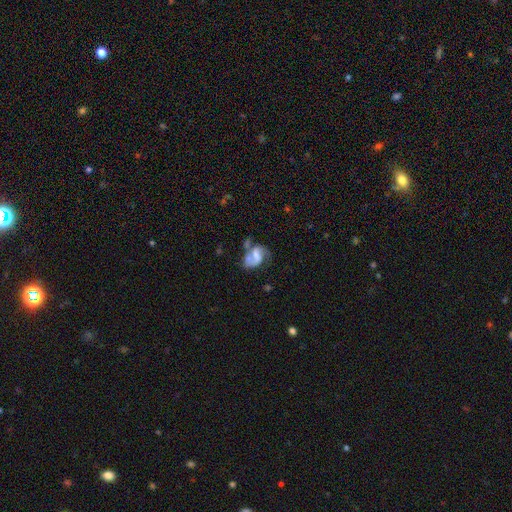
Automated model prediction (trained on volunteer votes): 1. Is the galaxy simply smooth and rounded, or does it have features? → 72% featured or disk, 19% smooth, 8% star or artifact.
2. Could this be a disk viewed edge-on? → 98% no, 2% yes.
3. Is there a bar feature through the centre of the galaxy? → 44% weak, 35% no, 21% strong.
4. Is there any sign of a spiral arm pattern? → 86% yes, 14% no.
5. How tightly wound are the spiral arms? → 45% medium, 38% loose, 16% tight.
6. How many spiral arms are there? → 77% 2, 12% 1, 7% can't tell, 2% 3, 1% 4, 1% more than 4.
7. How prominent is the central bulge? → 31% moderate, 29% small, 28% none, 10% large, 2% dominant.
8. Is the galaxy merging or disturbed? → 32% none, 26% merger, 22% major disturbance, 20% minor disturbance.